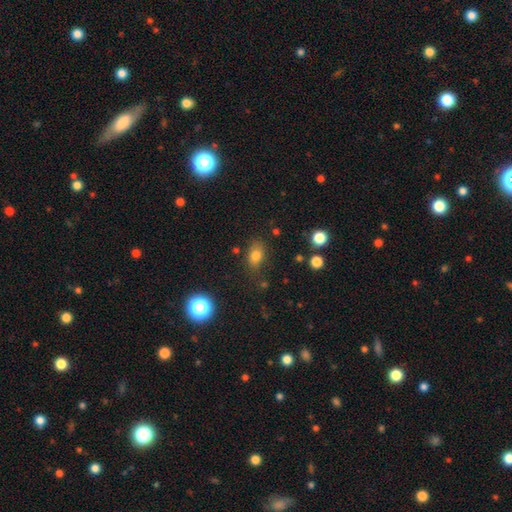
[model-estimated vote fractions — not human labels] This appears to be a smooth galaxy with no disk features (78%) that is in between round and cigar-shaped (76%). Merging: none (75%).